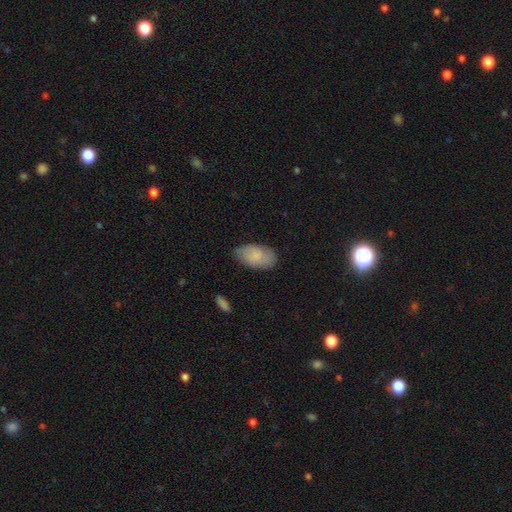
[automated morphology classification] Smooth or featured? smooth (76%)
How rounded? in between (94%)
Merging? none (74%)